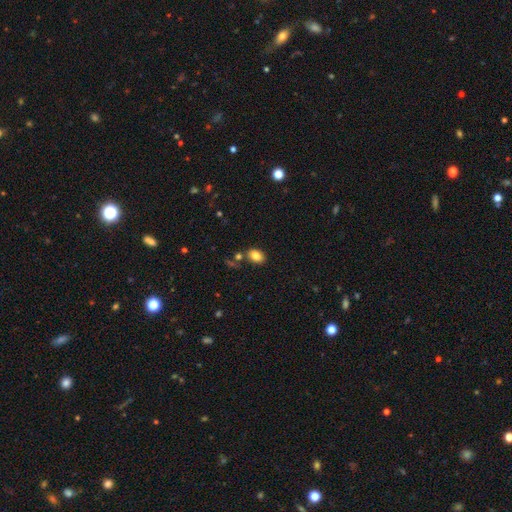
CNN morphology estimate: Smooth or featured? smooth (83%)
How rounded? in between (78%)
Merging? none (77%)